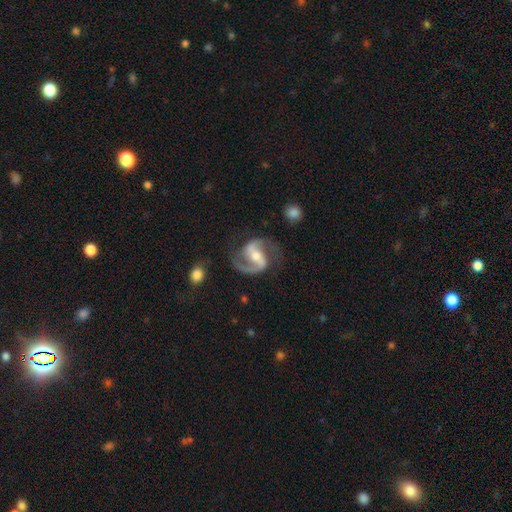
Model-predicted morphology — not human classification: type=featured or disk (92%); edge-on=no (98%); bar=strong (43%); spiral arms=yes (98%); winding=medium (61%); arm count=2 (93%); bulge=moderate (61%); merging=none (76%).